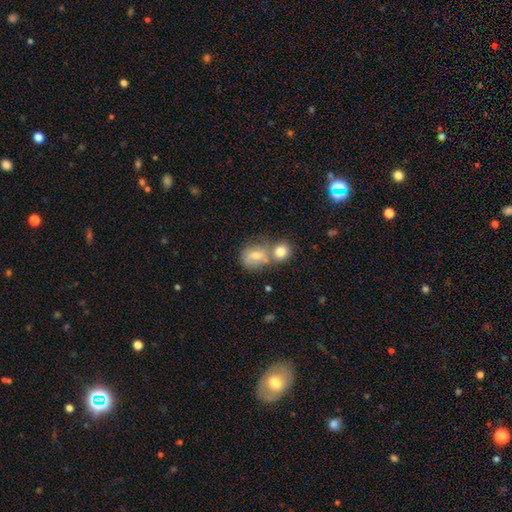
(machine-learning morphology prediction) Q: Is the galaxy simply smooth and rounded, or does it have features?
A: smooth — 61%.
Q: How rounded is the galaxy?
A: round — 63%.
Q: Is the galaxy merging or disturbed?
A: merger — 45%.